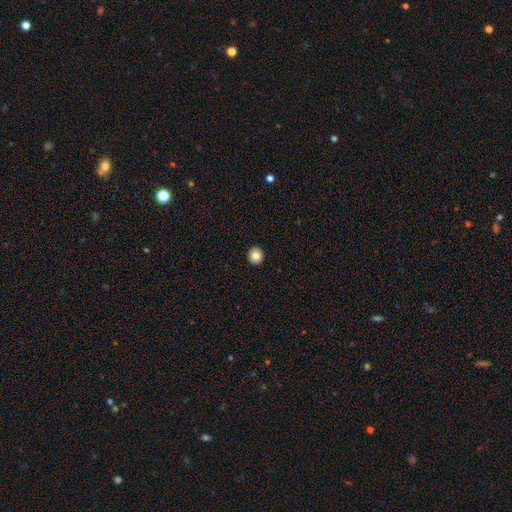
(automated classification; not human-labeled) smooth_or_featured: smooth (p=0.83) [alt: star or artifact p=0.09]
how_rounded: round (p=0.91) [alt: in between p=0.08]
merging: none (p=0.93) [alt: minor disturbance p=0.04]